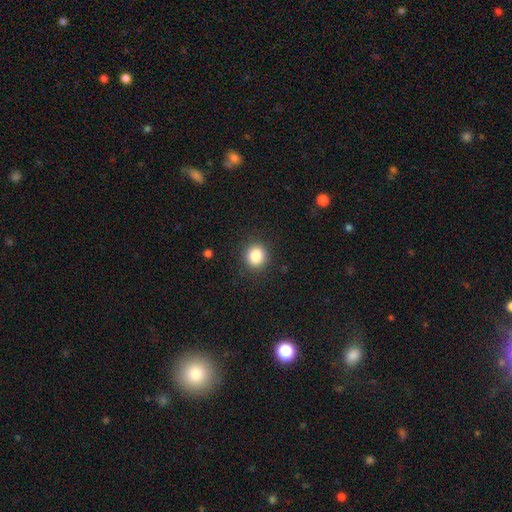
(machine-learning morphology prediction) Overall: smooth (85%). How rounded: round (87%). Merging: none (90%).